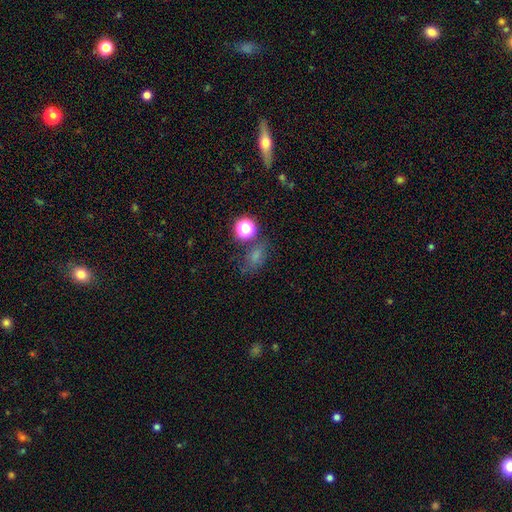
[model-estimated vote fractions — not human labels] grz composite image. It shows a smooth galaxy with no disk features (64%) that is in between round and cigar-shaped (60%). Merging: none (56%).